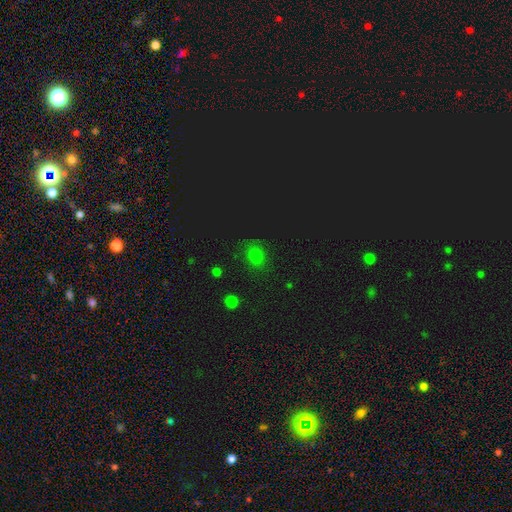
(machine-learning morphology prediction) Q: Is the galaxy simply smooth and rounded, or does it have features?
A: smooth — 69%.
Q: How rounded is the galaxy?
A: round — 61%.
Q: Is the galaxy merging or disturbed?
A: none — 81%.